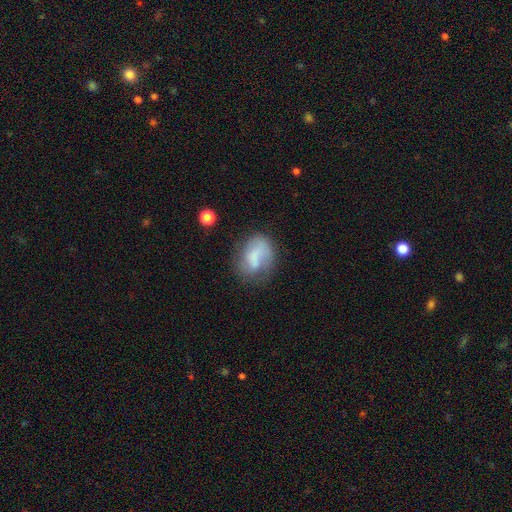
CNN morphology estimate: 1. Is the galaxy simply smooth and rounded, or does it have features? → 52% smooth, 39% featured or disk, 9% star or artifact.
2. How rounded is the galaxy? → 67% in between, 31% round, 2% cigar-shaped.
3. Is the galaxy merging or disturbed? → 49% none, 27% minor disturbance, 19% major disturbance, 5% merger.